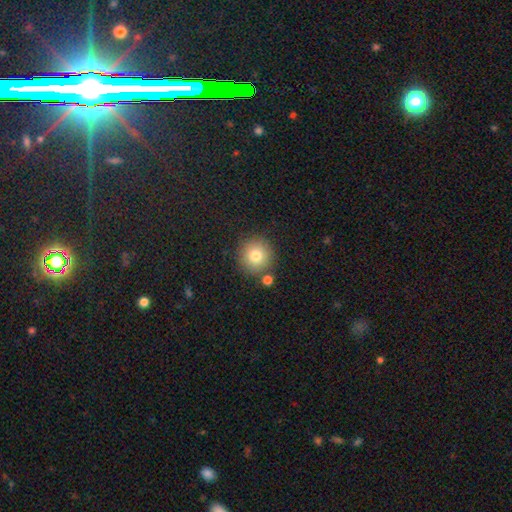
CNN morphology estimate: type=smooth (79%); roundness=round (94%); merging=none (82%).